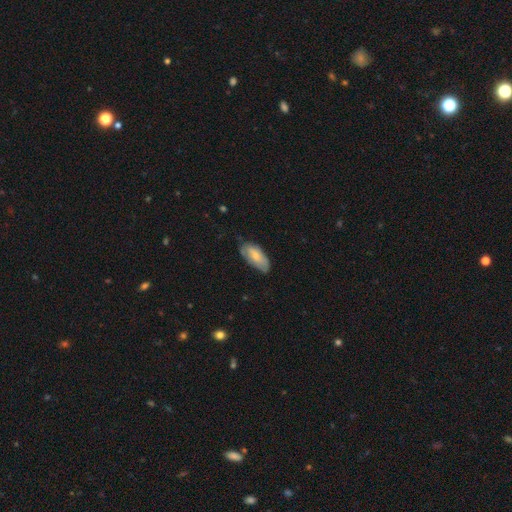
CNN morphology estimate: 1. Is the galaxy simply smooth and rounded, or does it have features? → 71% smooth, 23% featured or disk, 6% star or artifact.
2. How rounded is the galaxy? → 89% in between, 9% cigar-shaped, 2% round.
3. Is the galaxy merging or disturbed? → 63% none, 29% minor disturbance, 6% major disturbance, 1% merger.